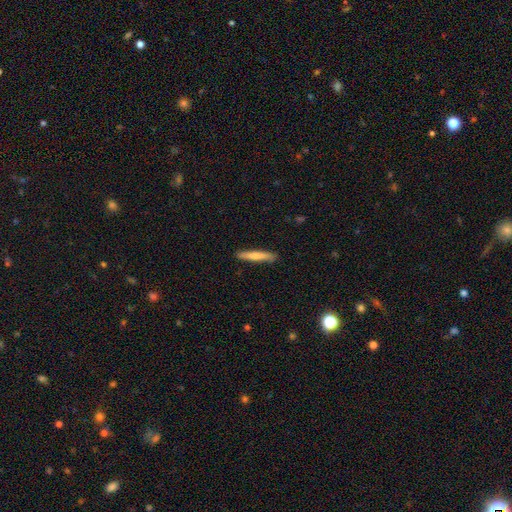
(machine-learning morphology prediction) The model was most divided on "smooth or featured": smooth: 71%, featured or disk: 24%, star or artifact: 5%. More confident: how rounded — cigar-shaped (93%); merging — none (89%).